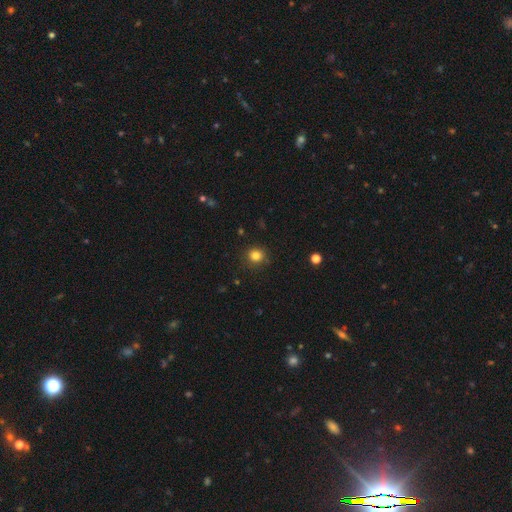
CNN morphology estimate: Overall: smooth (83%). How rounded: round (87%). Merging: none (86%).